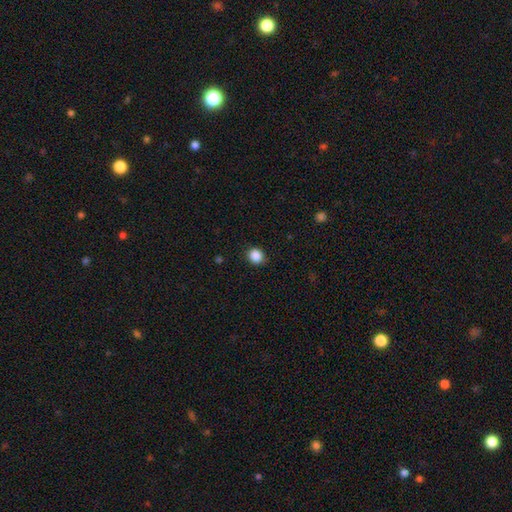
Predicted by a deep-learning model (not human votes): This is clearly a smooth galaxy (87%). How rounded: likely round (77%). Merging: clearly none (88%).